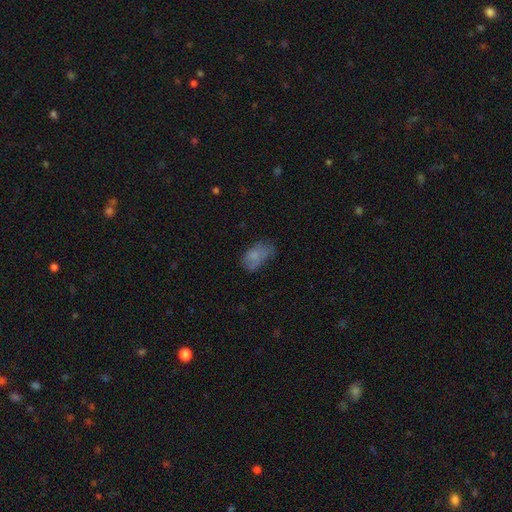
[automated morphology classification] Q: Smooth or featured?
A: smooth (67%); runner-up: featured or disk (22%)
Q: How rounded?
A: in between (90%); runner-up: round (8%)
Q: Merging?
A: none (40%); runner-up: minor disturbance (33%)